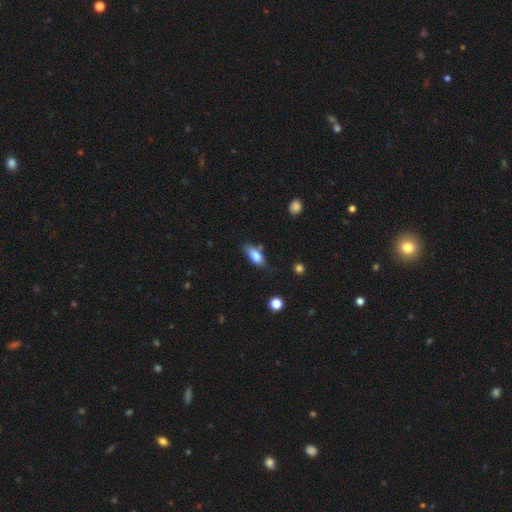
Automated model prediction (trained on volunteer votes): Overall: smooth (78%). How rounded: in between (79%). Merging: none (65%).